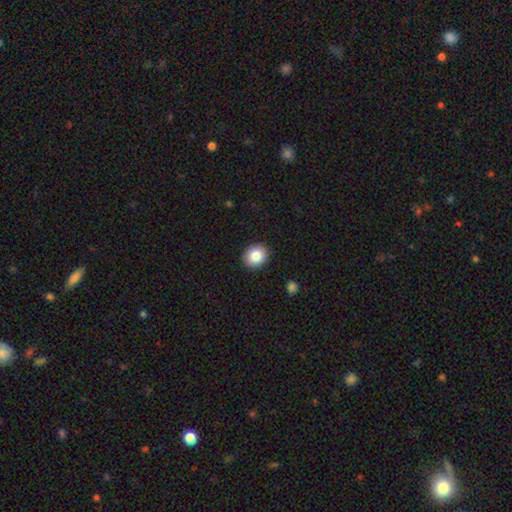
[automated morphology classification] A smooth galaxy with no disk features (83%) that is round (71%).

Vote fractions:
- Smooth or featured? smooth: 83% / star or artifact: 9% / featured or disk: 8%
- How rounded? round: 71% / in between: 28% / cigar-shaped: 1%
- Merging? none: 91% / minor disturbance: 6% / major disturbance: 2% / merger: 1%